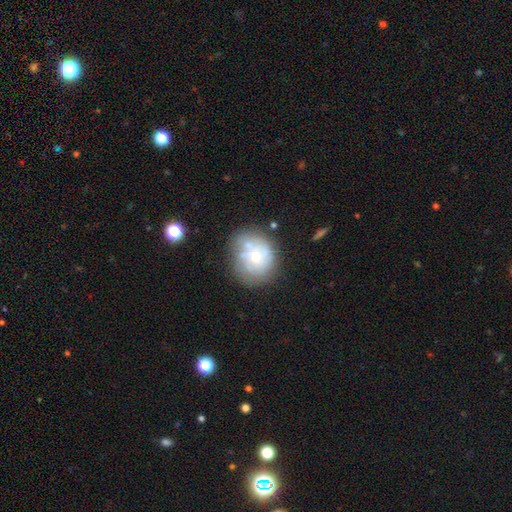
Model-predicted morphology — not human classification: smooth-or-featured: featured or disk: 49% | smooth: 42% | star or artifact: 9%
  merging: none: 56% | minor disturbance: 22% | major disturbance: 12% | merger: 10%